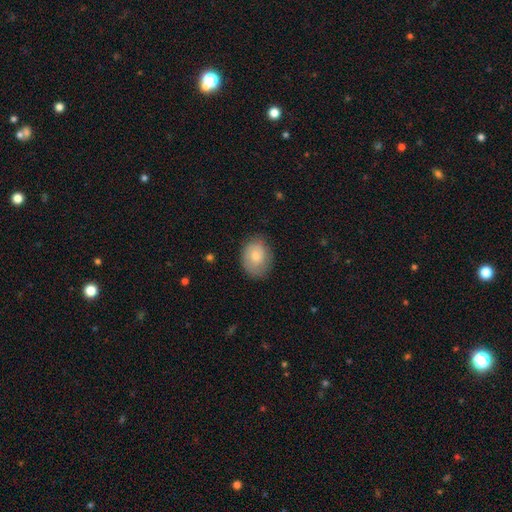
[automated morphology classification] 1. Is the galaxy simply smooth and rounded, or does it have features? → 72% smooth, 21% featured or disk, 7% star or artifact.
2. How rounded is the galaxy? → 58% in between, 41% round, 1% cigar-shaped.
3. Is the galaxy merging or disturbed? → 74% none, 19% minor disturbance, 6% major disturbance, 1% merger.